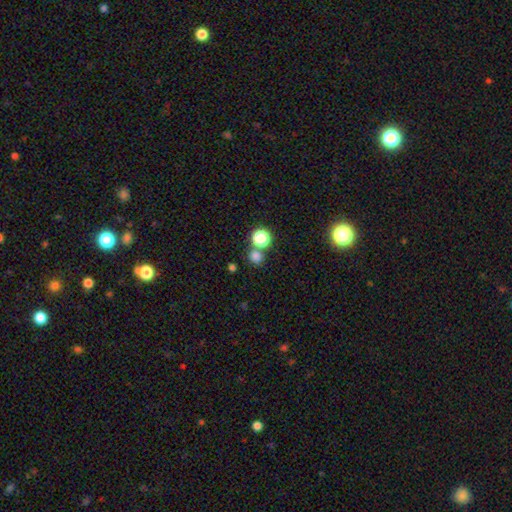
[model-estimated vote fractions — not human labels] This appears to be a smooth galaxy with no disk features (75%) that is round (86%). Merging: none (69%).